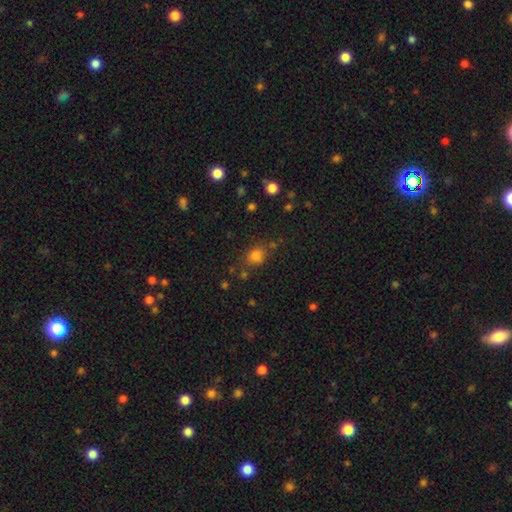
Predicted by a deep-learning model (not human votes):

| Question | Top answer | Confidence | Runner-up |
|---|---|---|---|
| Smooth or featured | smooth | 78% | star or artifact (15%) |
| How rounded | round | 69% | in between (30%) |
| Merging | none | 73% | minor disturbance (15%) |